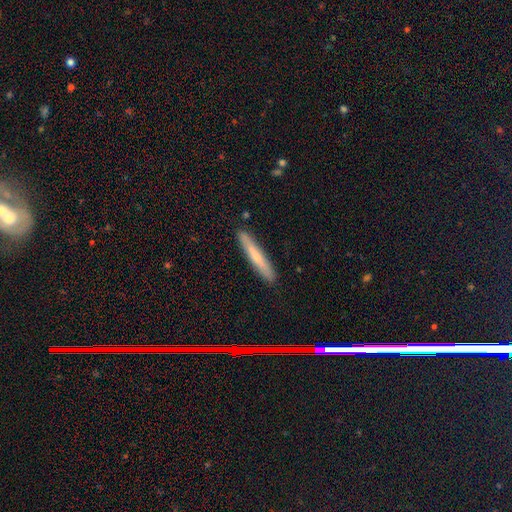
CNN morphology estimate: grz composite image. It shows a smooth galaxy with no disk features (59%) that is cigar-shaped (94%). Merging: none (88%).